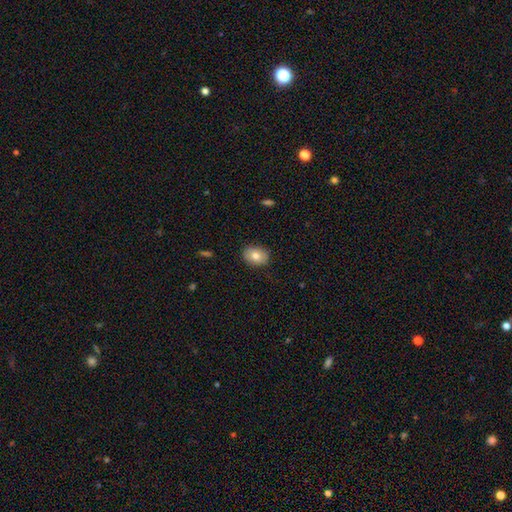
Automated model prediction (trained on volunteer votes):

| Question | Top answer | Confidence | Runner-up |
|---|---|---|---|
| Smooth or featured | smooth | 80% | featured or disk (12%) |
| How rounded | in between | 66% | round (33%) |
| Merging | none | 88% | minor disturbance (9%) |